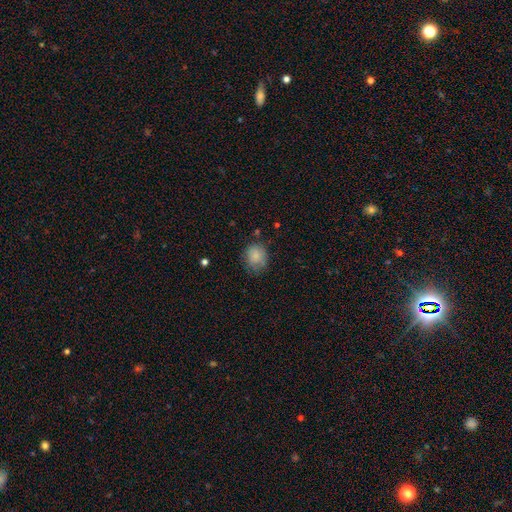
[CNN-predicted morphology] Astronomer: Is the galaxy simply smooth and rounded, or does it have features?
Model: smooth — 83%.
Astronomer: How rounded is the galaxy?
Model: round — 75%.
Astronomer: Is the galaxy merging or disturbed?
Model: none — 71%.